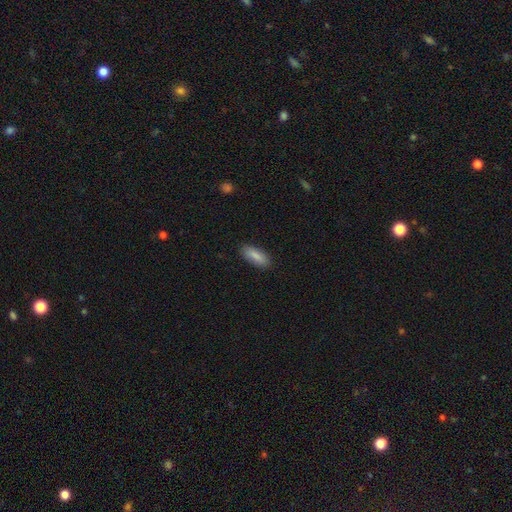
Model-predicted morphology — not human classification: Smooth or featured?
  - smooth: 87% *
  - featured or disk: 6%
  - star or artifact: 6%
How rounded?
  - in between: 68% *
  - cigar-shaped: 30%
  - round: 2%
Merging?
  - none: 87% *
  - minor disturbance: 10%
  - major disturbance: 2%
  - merger: 1%